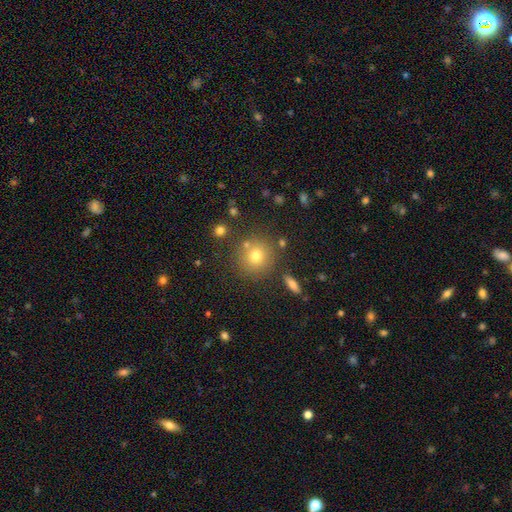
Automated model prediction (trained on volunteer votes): Smooth or featured? smooth (74%)
How rounded? round (92%)
Merging? none (81%)